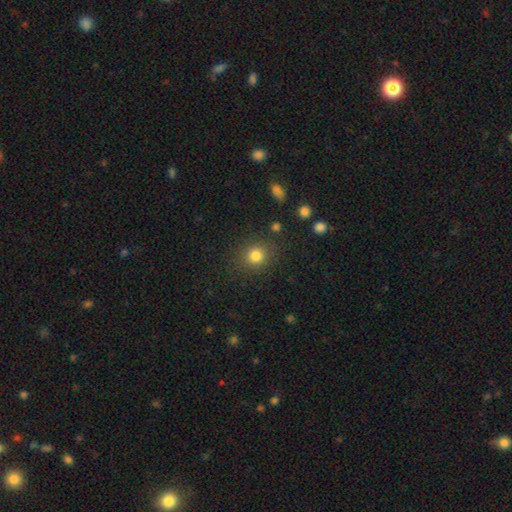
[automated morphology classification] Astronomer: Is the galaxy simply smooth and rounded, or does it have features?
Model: smooth — 82%.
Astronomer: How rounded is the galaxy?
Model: round — 83%.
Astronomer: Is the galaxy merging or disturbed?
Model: none — 85%.